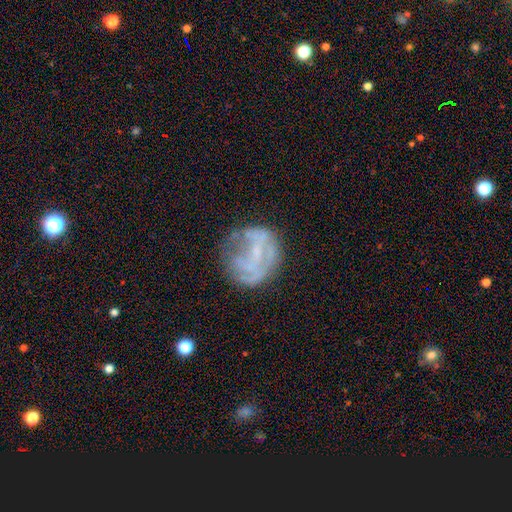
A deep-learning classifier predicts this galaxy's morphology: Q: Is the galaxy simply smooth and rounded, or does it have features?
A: featured or disk — 59%.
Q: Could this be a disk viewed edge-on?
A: no — 97%.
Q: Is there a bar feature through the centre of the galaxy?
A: no — 55%.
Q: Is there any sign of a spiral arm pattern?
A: no — 59%.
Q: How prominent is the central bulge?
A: small — 44%.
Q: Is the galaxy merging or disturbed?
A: none — 60%.